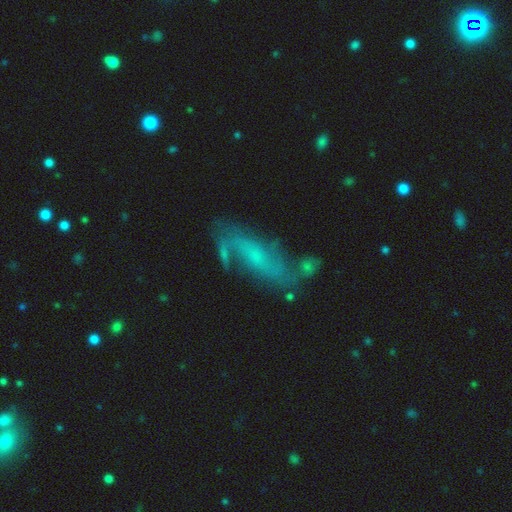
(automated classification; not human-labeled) A featured or disk galaxy (68%) with no bar (45%), spiral arms (85%) and a small central bulge (50%). Merging: none (64%).